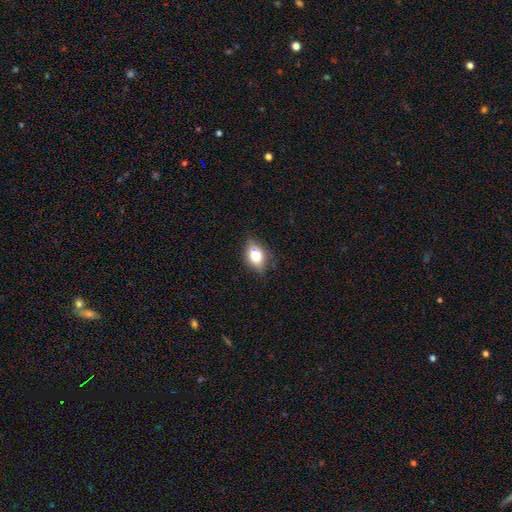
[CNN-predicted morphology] type=smooth (72%); roundness=in between (77%); merging=none (76%).